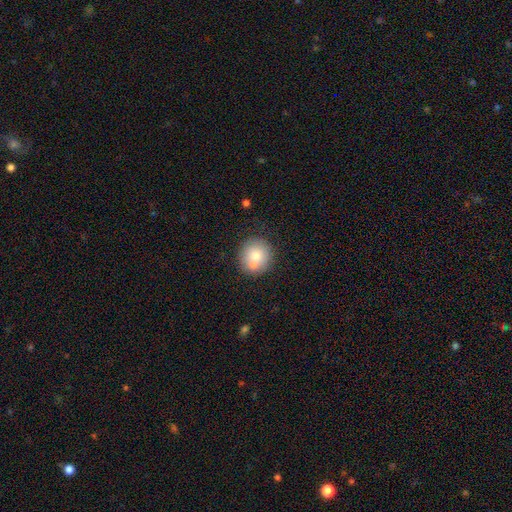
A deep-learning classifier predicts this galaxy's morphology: Smooth or featured?
  - smooth: 73% *
  - featured or disk: 18%
  - star or artifact: 10%
How rounded?
  - round: 91% *
  - in between: 8%
  - cigar-shaped: 1%
Merging?
  - none: 63% *
  - merger: 24%
  - minor disturbance: 10%
  - major disturbance: 3%